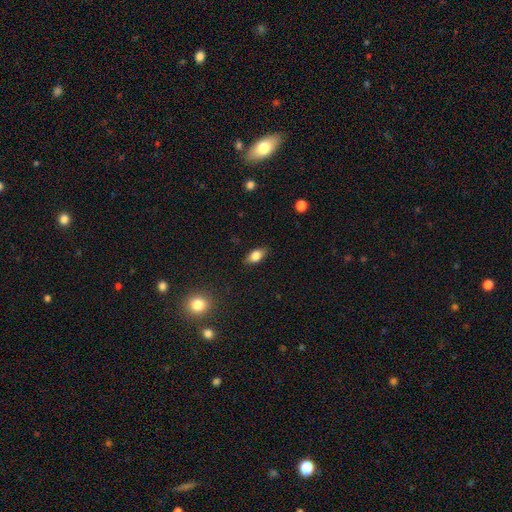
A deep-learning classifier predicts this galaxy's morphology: smooth_or_featured: smooth (p=0.78) [alt: featured or disk p=0.13]
how_rounded: in between (p=0.86) [alt: round p=0.08]
merging: none (p=0.85) [alt: minor disturbance p=0.11]